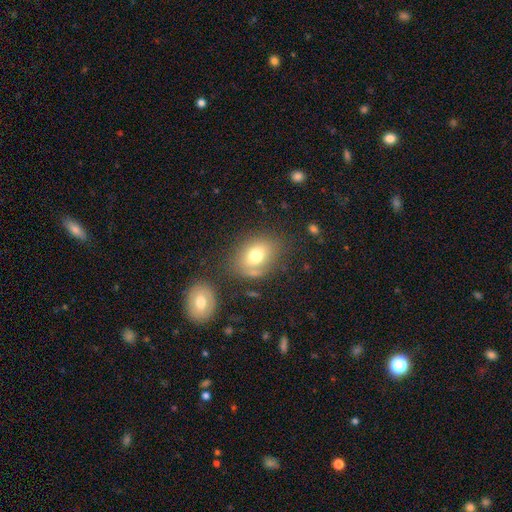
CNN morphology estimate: Smooth or featured: smooth — 73% (featured or disk — 17%)
How rounded: in between — 63% (round — 36%)
Merging: none — 64% (minor disturbance — 18%)